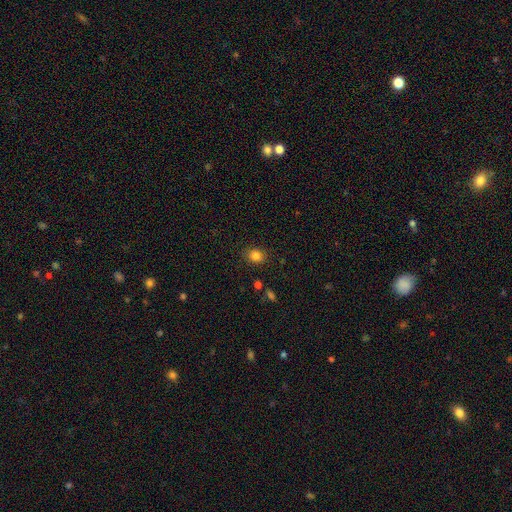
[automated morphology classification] This is clearly a smooth galaxy (83%). How rounded: possibly round (56%). Merging: clearly none (87%).